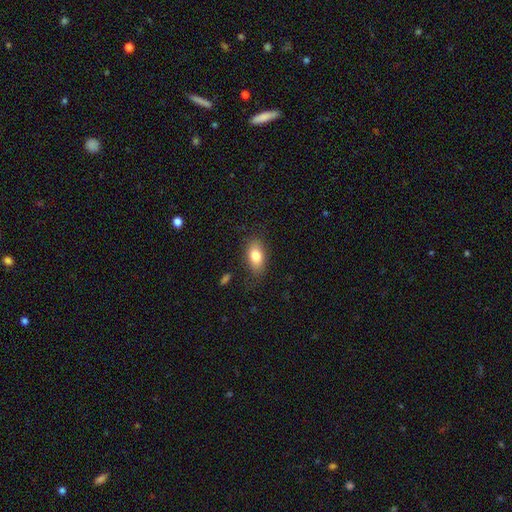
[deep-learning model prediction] Morphology: type=smooth (79%); roundness=in between (87%); merging=none (80%).